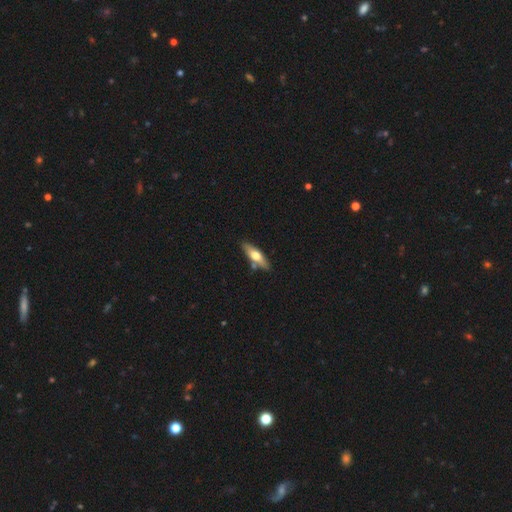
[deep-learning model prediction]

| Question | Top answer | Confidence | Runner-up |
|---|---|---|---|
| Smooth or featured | smooth | 51% | featured or disk (44%) |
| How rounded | cigar-shaped | 56% | in between (42%) |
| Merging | none | 77% | minor disturbance (13%) |